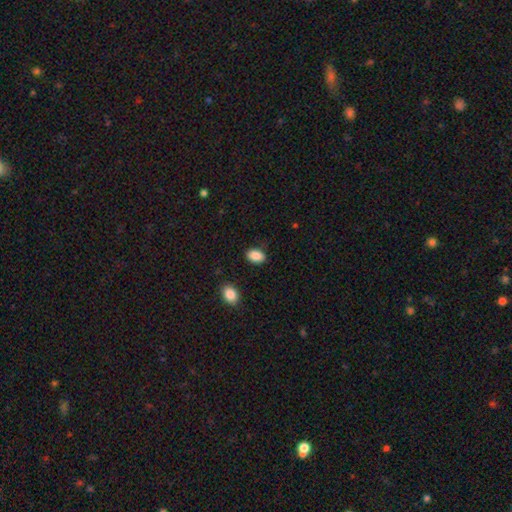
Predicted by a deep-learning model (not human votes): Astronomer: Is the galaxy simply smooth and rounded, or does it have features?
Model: smooth — 88%.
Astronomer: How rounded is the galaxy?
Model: in between — 86%.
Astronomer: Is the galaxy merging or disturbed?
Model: none — 85%.